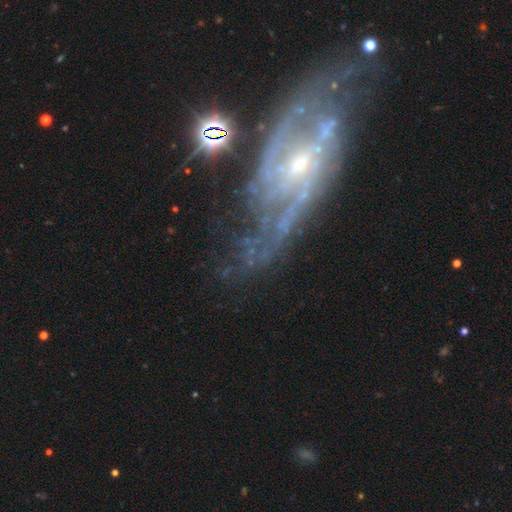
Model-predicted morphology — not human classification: This is clearly a featured or disk galaxy (88%). It is clearly not viewed edge-on (93%). Bar: marginally weak (45%). Spiral arm pattern: clearly yes (96%). Spiral arm count: possibly 2 (54%). Spiral winding: possibly medium (48%). Central bulge: likely small (71%). Merging: likely none (66%).